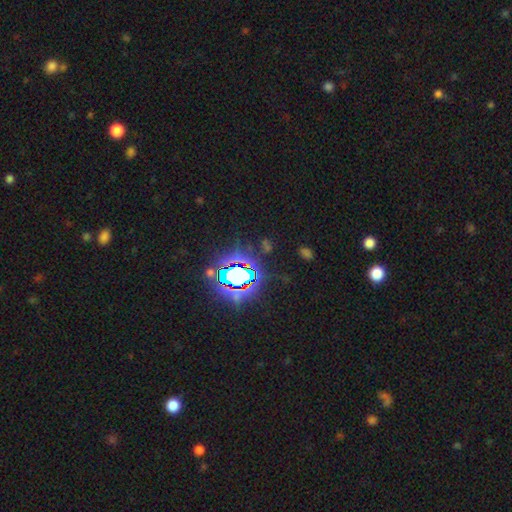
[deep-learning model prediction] Overall: star or artifact (85%).